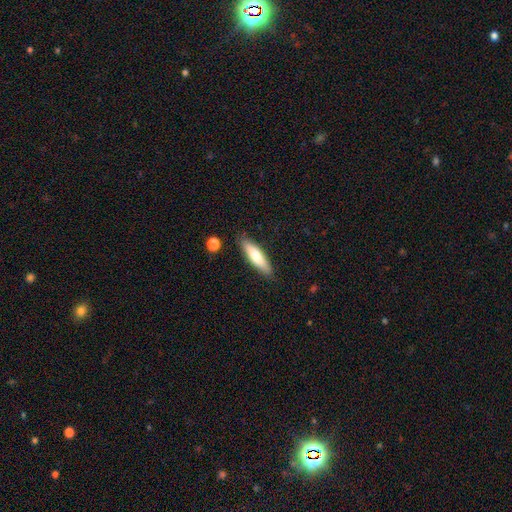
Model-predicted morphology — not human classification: Smooth or featured: smooth — 68% (featured or disk — 26%)
How rounded: cigar-shaped — 67% (in between — 31%)
Merging: none — 86% (minor disturbance — 10%)